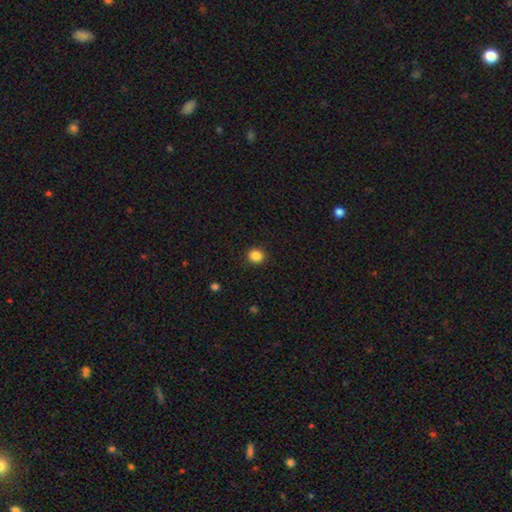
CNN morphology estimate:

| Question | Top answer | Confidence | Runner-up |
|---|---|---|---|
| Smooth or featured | smooth | 87% | star or artifact (10%) |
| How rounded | round | 83% | in between (16%) |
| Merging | none | 91% | minor disturbance (6%) |